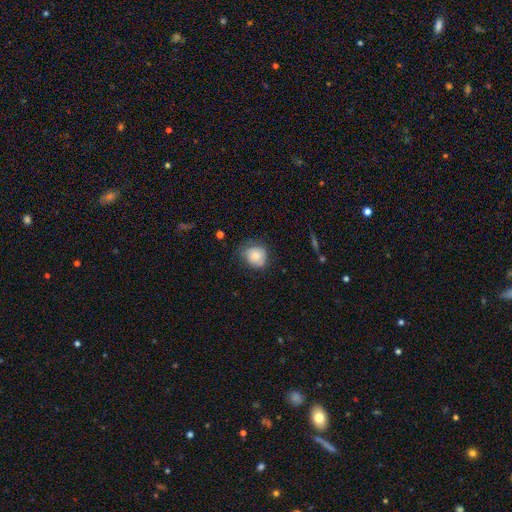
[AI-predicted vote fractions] Smooth or featured? Predicted: smooth (p=0.80). How rounded? Predicted: round (p=0.74). Merging? Predicted: none (p=0.57).